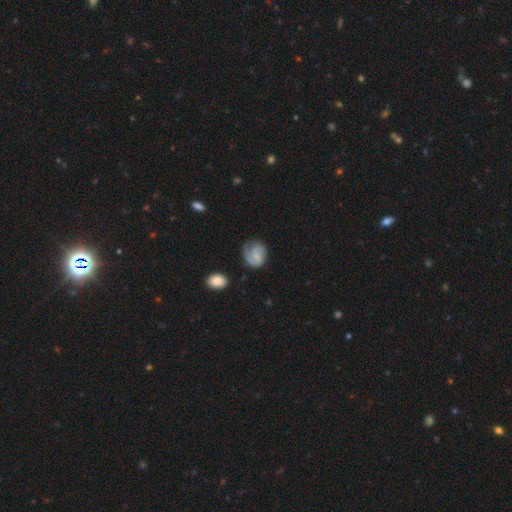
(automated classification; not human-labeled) Morphology: type=featured or disk (58%); edge-on=no (98%); bar=no (64%); spiral arms=yes (90%); winding=tight (43%); arm count=2 (41%); bulge=small (47%); merging=none (57%).